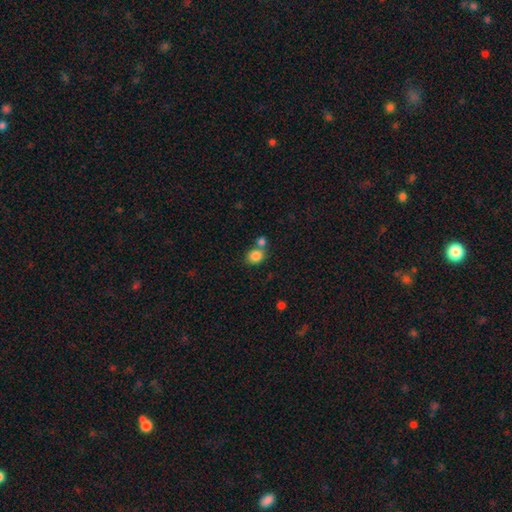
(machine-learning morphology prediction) A smooth galaxy with no disk features (84%) that is round (66%). Merging: none (58%).